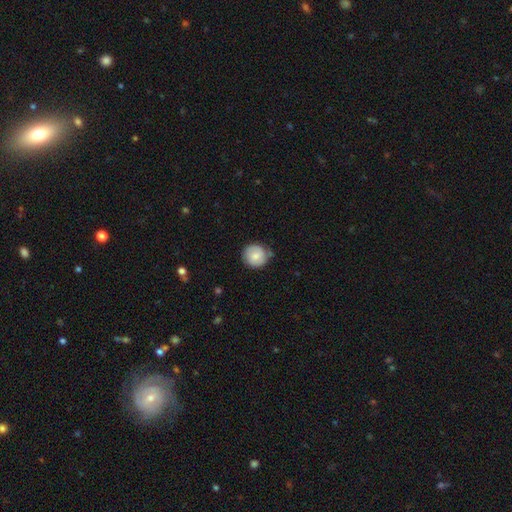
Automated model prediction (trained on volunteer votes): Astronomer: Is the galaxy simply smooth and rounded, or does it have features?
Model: smooth — 74%.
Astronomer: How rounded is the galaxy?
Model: round — 92%.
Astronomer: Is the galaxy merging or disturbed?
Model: none — 74%.